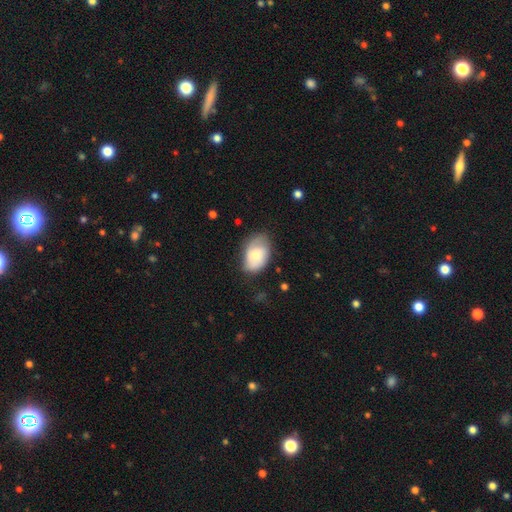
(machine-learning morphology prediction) The model was most divided on "smooth or featured": smooth: 59%, featured or disk: 34%, star or artifact: 7%. More confident: how rounded — in between (84%); merging — none (64%).